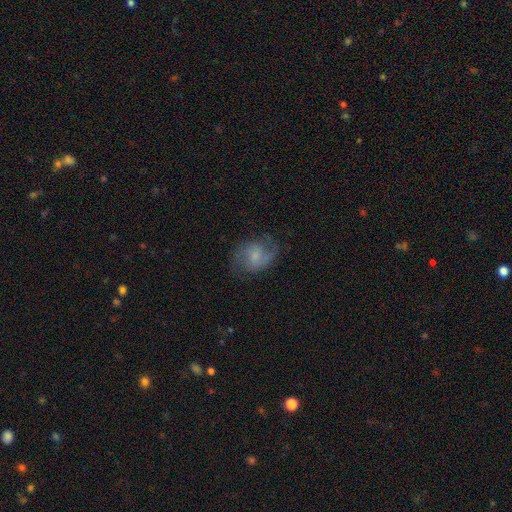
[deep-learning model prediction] This is likely a featured or disk galaxy (67%). It is clearly not viewed edge-on (97%). Bar: possibly weak (49%). Spiral arm pattern: clearly yes (91%). Spiral arm count: clearly 2 (84%). Spiral winding: possibly medium (52%). Central bulge: possibly small (47%). Merging: likely none (70%).